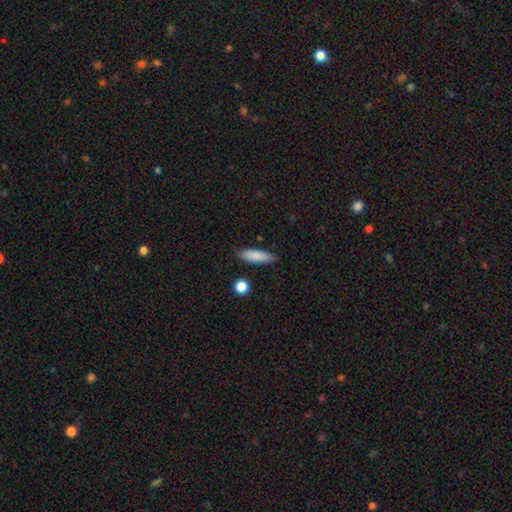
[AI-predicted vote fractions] This appears to be a smooth galaxy with no disk features (84%) that is cigar-shaped (49%). Merging: none (83%).